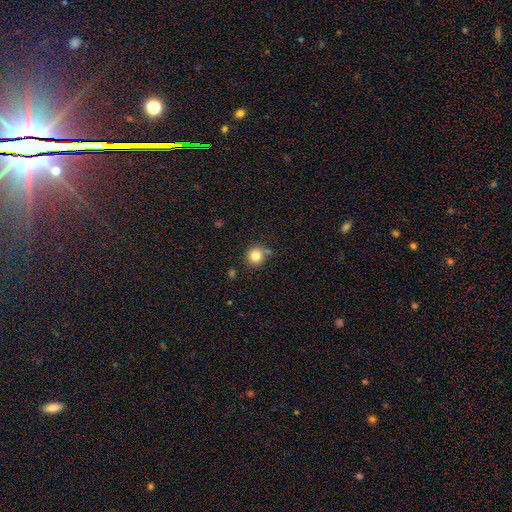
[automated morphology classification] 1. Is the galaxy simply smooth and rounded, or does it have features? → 82% smooth, 11% star or artifact, 7% featured or disk.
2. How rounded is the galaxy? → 92% round, 7% in between, 1% cigar-shaped.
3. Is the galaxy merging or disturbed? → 75% none, 14% minor disturbance, 8% merger, 4% major disturbance.